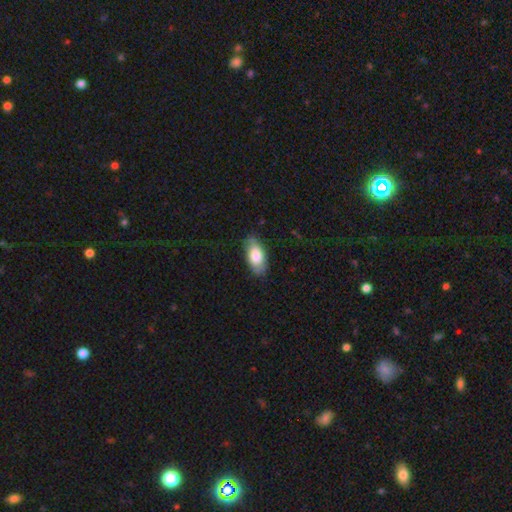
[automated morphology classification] smooth-or-featured: smooth: 75% | featured or disk: 19% | star or artifact: 6%
  how-rounded: in between: 92% | cigar-shaped: 5% | round: 3%
  merging: none: 77% | minor disturbance: 18% | major disturbance: 4% | merger: 1%